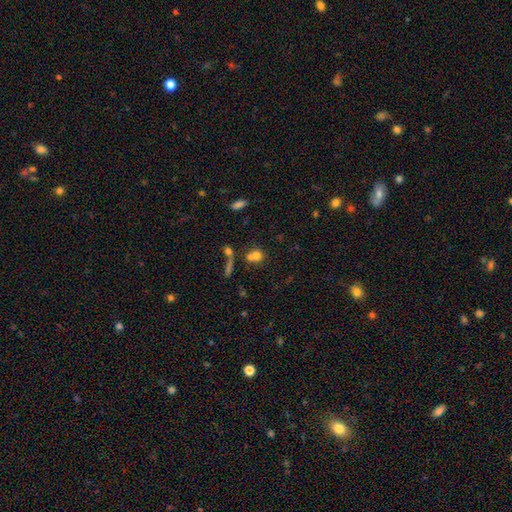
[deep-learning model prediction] Smooth or featured: smooth — 71% (featured or disk — 15%)
How rounded: round — 79% (in between — 18%)
Merging: merger — 43% (tied with none — 43%)